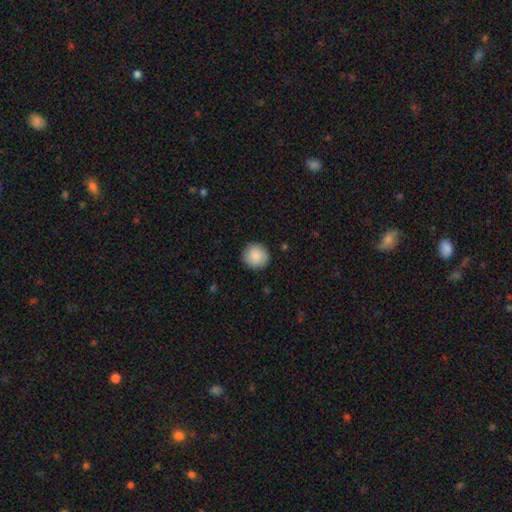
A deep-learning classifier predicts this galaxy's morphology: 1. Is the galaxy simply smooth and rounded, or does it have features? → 89% smooth, 7% star or artifact, 5% featured or disk.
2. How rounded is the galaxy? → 94% round, 6% in between, 1% cigar-shaped.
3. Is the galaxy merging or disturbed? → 91% none, 6% minor disturbance, 2% major disturbance, 1% merger.